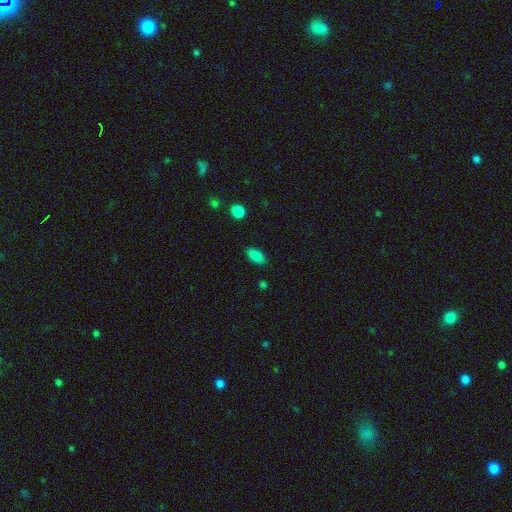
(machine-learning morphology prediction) type=smooth (87%); roundness=in between (90%); merging=none (85%).